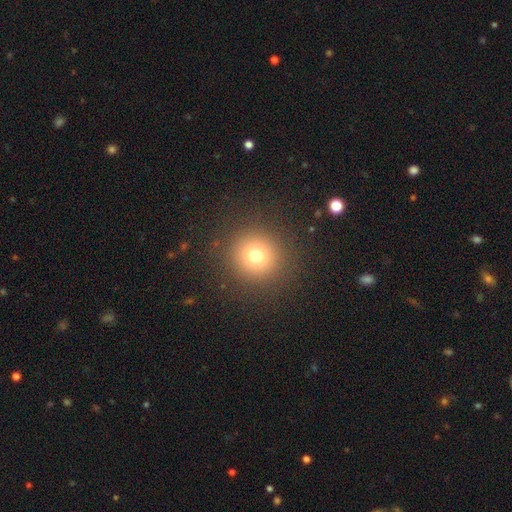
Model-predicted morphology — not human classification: This is likely a smooth galaxy (73%). How rounded: clearly round (94%). Merging: clearly none (90%).